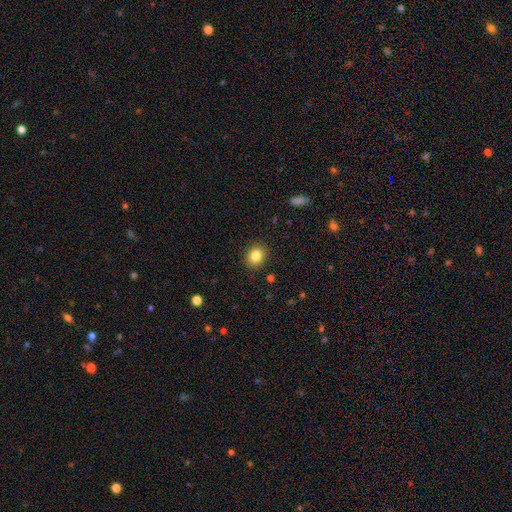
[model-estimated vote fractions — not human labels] smooth_or_featured: smooth (p=0.83) [alt: star or artifact p=0.10]
how_rounded: round (p=0.56) [alt: in between p=0.43]
merging: none (p=0.88) [alt: minor disturbance p=0.08]